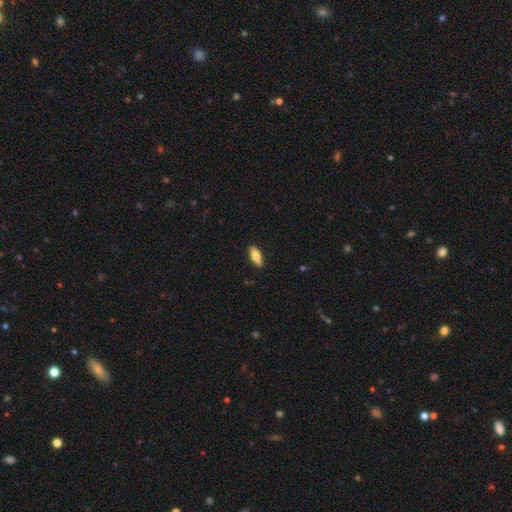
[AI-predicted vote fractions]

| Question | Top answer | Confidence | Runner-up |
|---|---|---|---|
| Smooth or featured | smooth | 76% | featured or disk (18%) |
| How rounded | in between | 73% | cigar-shaped (25%) |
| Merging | none | 89% | minor disturbance (8%) |